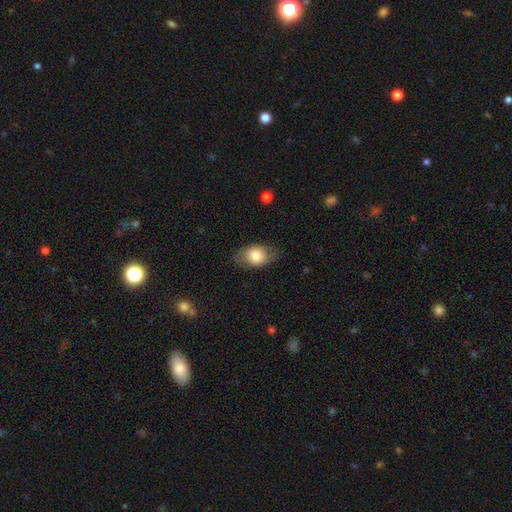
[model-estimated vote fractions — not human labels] A smooth galaxy with no disk features (76%) that is in between round and cigar-shaped (82%). Merging: none (78%).